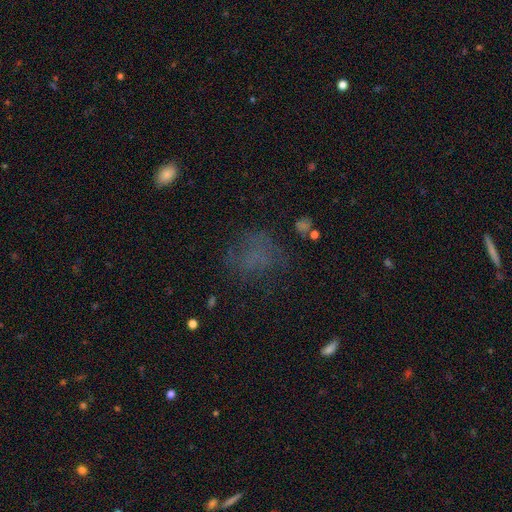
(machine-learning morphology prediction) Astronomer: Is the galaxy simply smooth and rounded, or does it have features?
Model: smooth — 49% (runner-up: star or artifact, 28%).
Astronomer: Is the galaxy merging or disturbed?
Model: none — 56%.